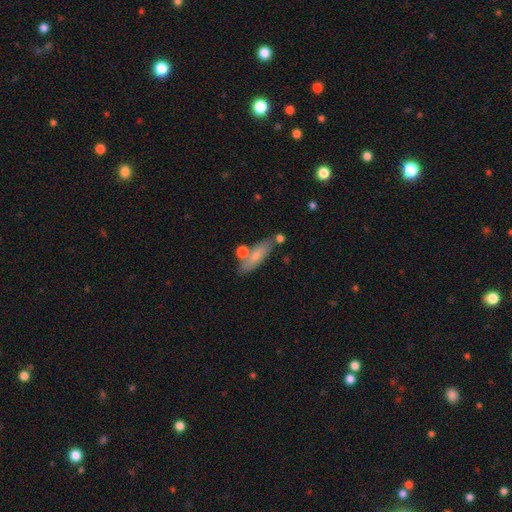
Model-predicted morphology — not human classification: A smooth galaxy with no disk features (70%) that is in between round and cigar-shaped (49%). Merging: none (68%).